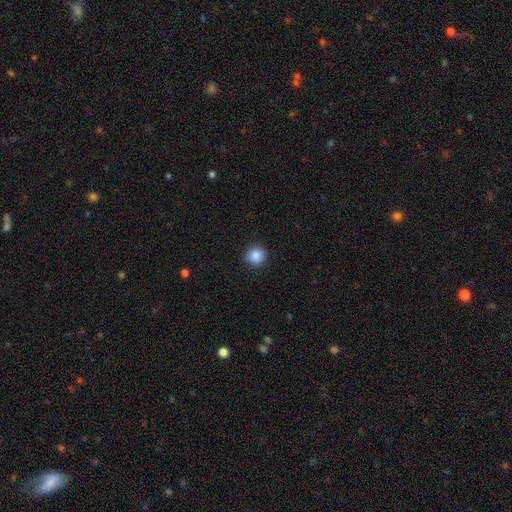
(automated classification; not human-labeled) Overall: smooth (86%). How rounded: round (90%). Merging: none (88%).